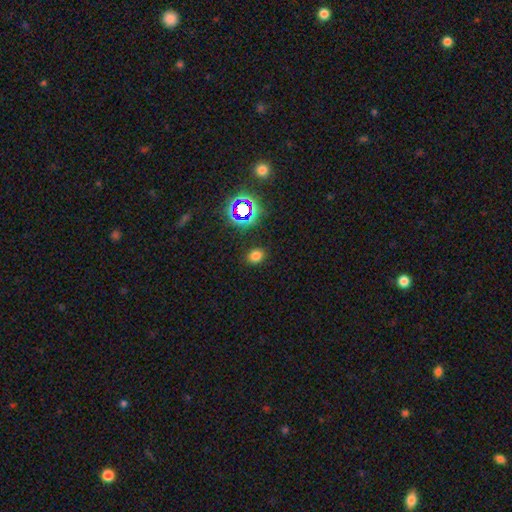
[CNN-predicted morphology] Smooth or featured?
  - smooth: 72% *
  - star or artifact: 22%
  - featured or disk: 6%
How rounded?
  - round: 55% *
  - in between: 44%
  - cigar-shaped: 1%
Merging?
  - none: 87% *
  - minor disturbance: 8%
  - major disturbance: 3%
  - merger: 1%